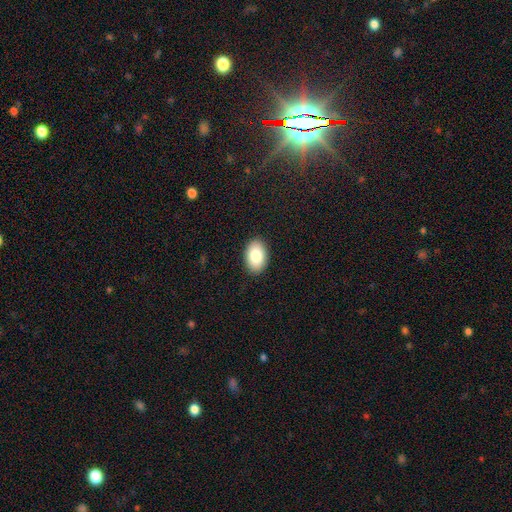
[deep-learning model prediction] A smooth galaxy with no disk features (83%) that is in between round and cigar-shaped (91%).

Vote fractions:
- Smooth or featured? smooth: 83% / featured or disk: 10% / star or artifact: 7%
- How rounded? in between: 91% / round: 7% / cigar-shaped: 1%
- Merging? none: 90% / minor disturbance: 7% / major disturbance: 2% / merger: 1%